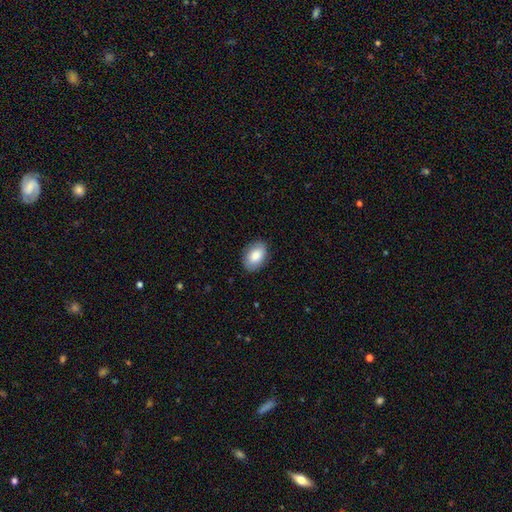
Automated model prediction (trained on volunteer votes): A smooth galaxy with no disk features (85%) that is in between round and cigar-shaped (89%).

Vote fractions:
- Smooth or featured? smooth: 85% / featured or disk: 9% / star or artifact: 6%
- How rounded? in between: 89% / round: 10% / cigar-shaped: 1%
- Merging? none: 88% / minor disturbance: 9% / major disturbance: 2% / merger: 1%